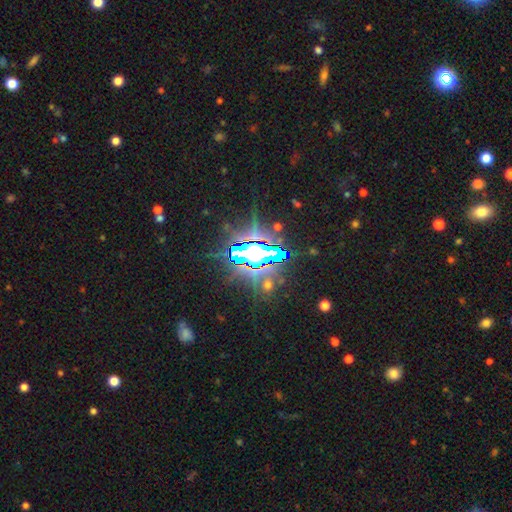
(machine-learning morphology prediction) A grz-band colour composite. It shows a star or artifact, not a galaxy (78%).